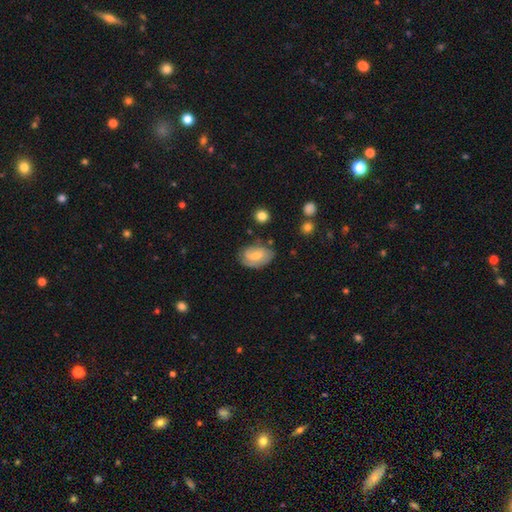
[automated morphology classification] Overall: featured or disk (56%; smooth 37%). Edge-on disk: no (96%). Bar: no (46%; weak 44%). Spiral arms: yes (84%). Bulge size: small (44%; moderate 42%). Merging: none (66%).